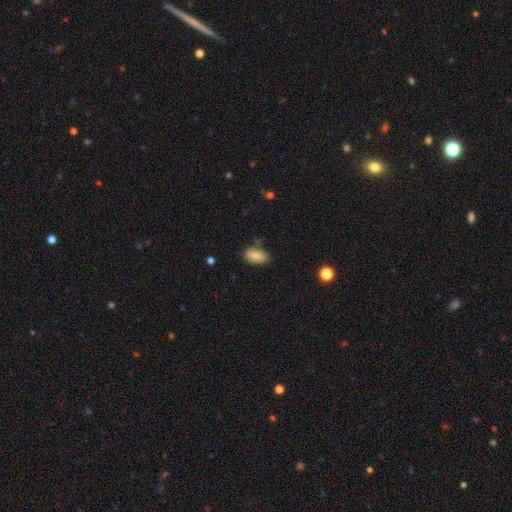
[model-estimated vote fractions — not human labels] Q: Smooth or featured?
A: smooth (80%); runner-up: featured or disk (12%)
Q: How rounded?
A: in between (91%); runner-up: round (7%)
Q: Merging?
A: none (76%); runner-up: minor disturbance (17%)